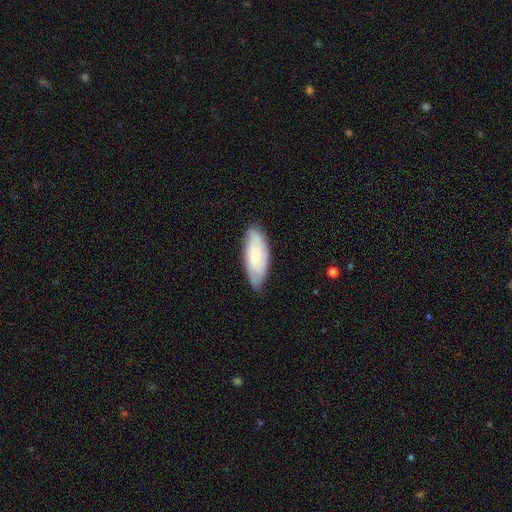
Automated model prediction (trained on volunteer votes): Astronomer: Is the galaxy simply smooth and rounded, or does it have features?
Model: smooth — 57% (runner-up: featured or disk, 37%).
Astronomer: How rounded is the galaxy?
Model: in between — 74%.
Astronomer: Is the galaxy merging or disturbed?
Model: none — 75%.